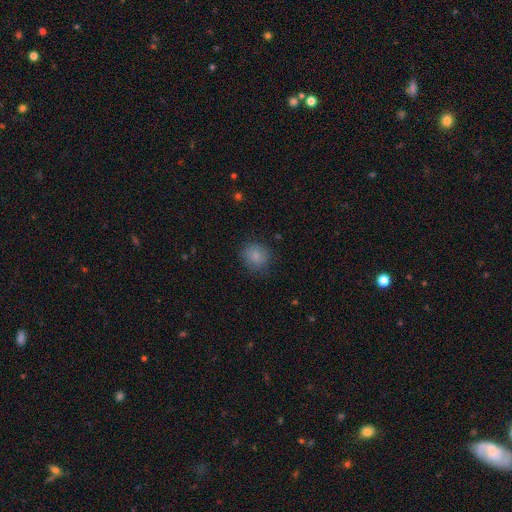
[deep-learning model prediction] smooth-or-featured: smooth: 84% | star or artifact: 10% | featured or disk: 6%
  how-rounded: round: 80% | in between: 19% | cigar-shaped: 1%
  merging: none: 80% | minor disturbance: 15% | major disturbance: 4% | merger: 1%